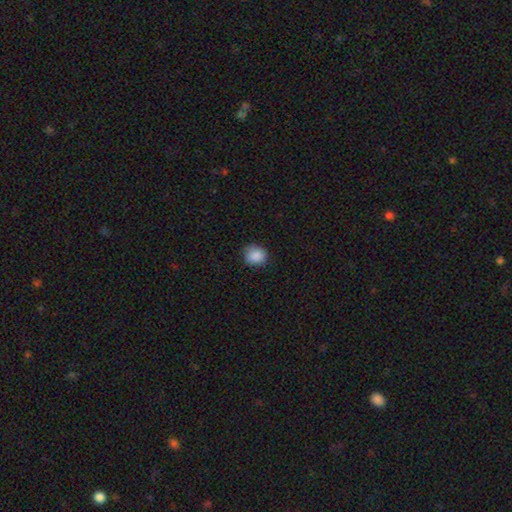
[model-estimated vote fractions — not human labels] A smooth galaxy with no disk features (88%) that is round (77%). Merging: none (82%).